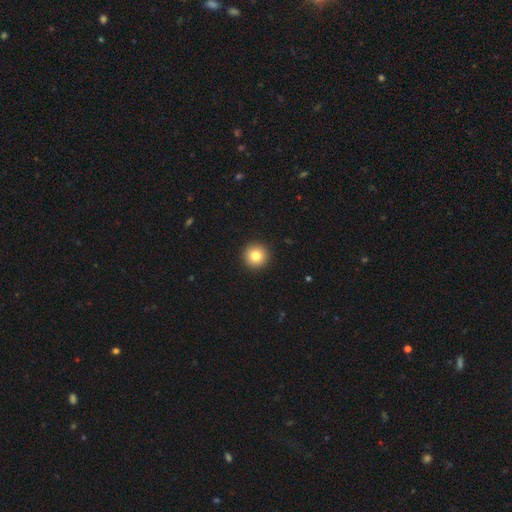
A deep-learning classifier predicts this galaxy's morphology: Smooth or featured: smooth — 82% (star or artifact — 10%)
How rounded: round — 96% (in between — 3%)
Merging: none — 94% (minor disturbance — 4%)